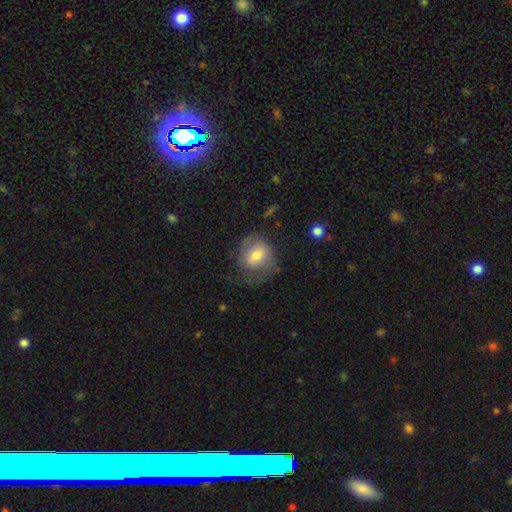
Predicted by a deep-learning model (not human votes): A smooth galaxy with no disk features (57%) that is round (67%). Merging: none (48%).